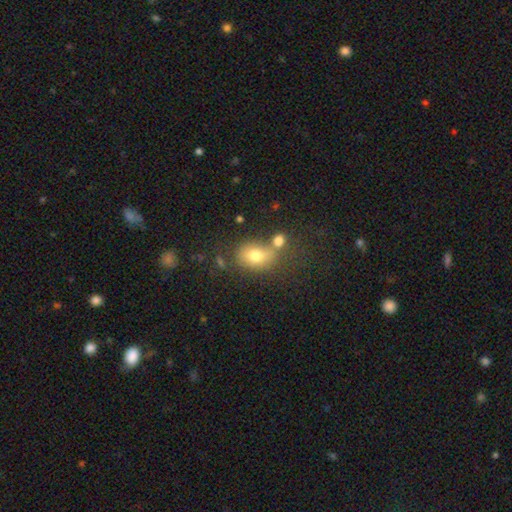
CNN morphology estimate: type=smooth (75%); roundness=in between (63%); merging=none (48%).